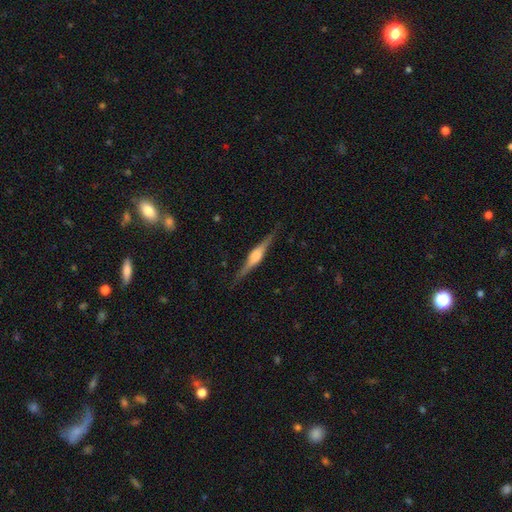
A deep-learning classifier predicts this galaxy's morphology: Q: Smooth or featured?
A: featured or disk (80%); runner-up: smooth (14%)
Q: Edge-on disk?
A: yes (98%); runner-up: no (2%)
Q: Edge-on bulge?
A: rounded (74%); runner-up: boxy (22%)
Q: Merging?
A: none (87%); runner-up: minor disturbance (10%)